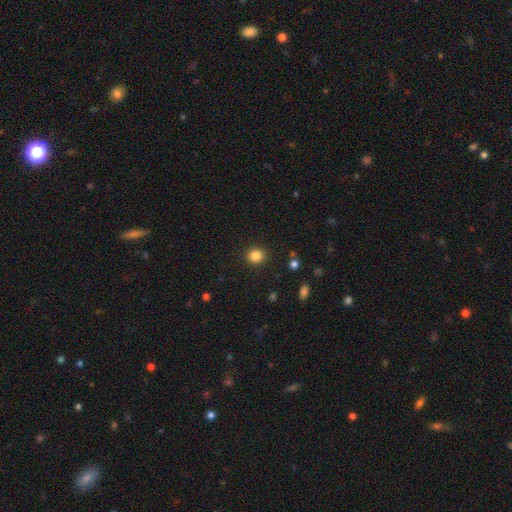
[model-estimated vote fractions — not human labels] smooth 84%, star or artifact 11%, featured or disk 5%. Down the decision tree: how rounded — round (84%); merging — none (91%).